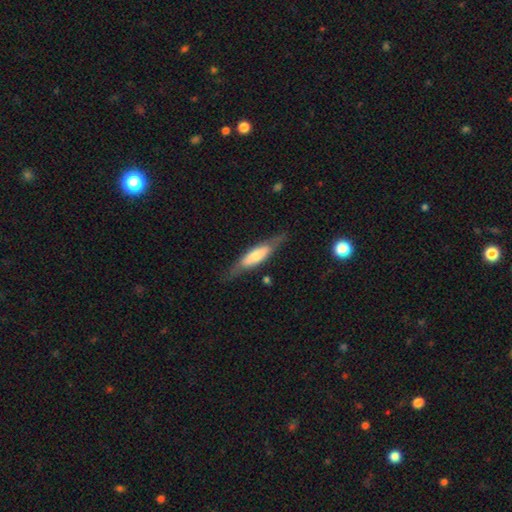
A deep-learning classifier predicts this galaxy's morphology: This is possibly a smooth galaxy (52%). How rounded: likely cigar-shaped (64%). Merging: likely none (72%).